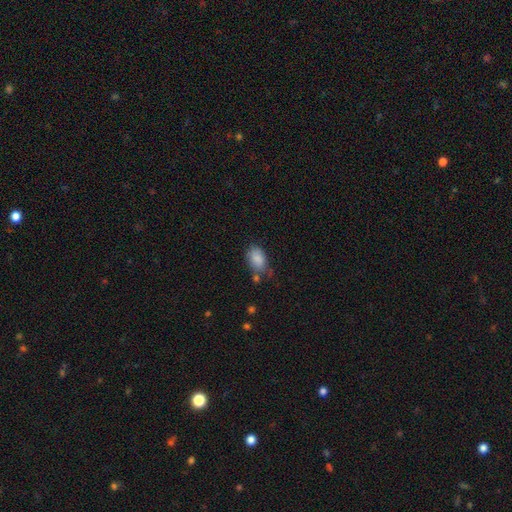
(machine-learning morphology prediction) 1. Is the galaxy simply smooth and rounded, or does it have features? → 85% smooth, 9% star or artifact, 6% featured or disk.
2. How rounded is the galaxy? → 86% in between, 12% round, 2% cigar-shaped.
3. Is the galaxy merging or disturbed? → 60% none, 26% minor disturbance, 7% merger, 7% major disturbance.